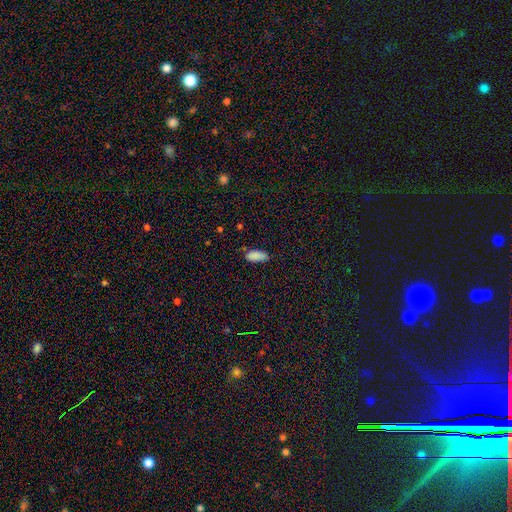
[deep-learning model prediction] The model was most divided on "merging": none: 71%, minor disturbance: 23%, major disturbance: 4%, merger: 2%. More confident: smooth or featured — smooth (87%); how rounded — in between (85%).